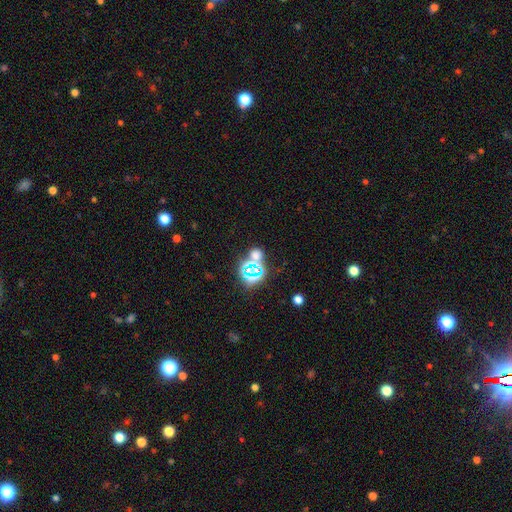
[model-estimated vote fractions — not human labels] Smooth or featured? star or artifact (51%)